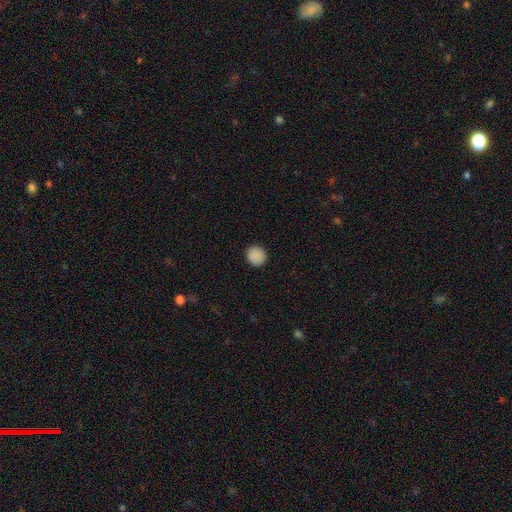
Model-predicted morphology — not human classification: This appears to be a smooth galaxy with no disk features (89%) that is round (90%). Merging: none (92%).